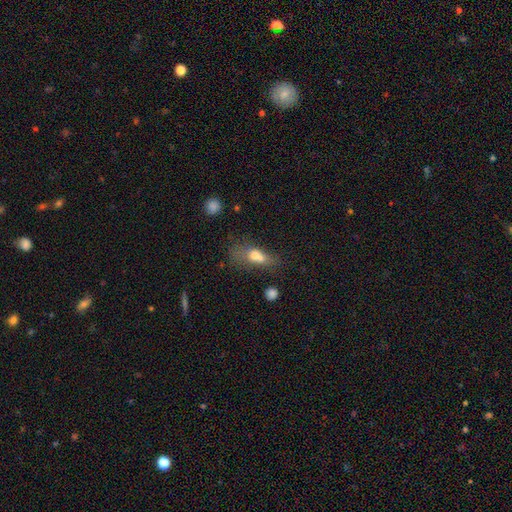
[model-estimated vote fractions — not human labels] smooth-or-featured: smooth: 64% | featured or disk: 24% | star or artifact: 12%
  how-rounded: in between: 60% | round: 27% | cigar-shaped: 12%
  merging: merger: 52% | none: 22% | major disturbance: 14% | minor disturbance: 13%